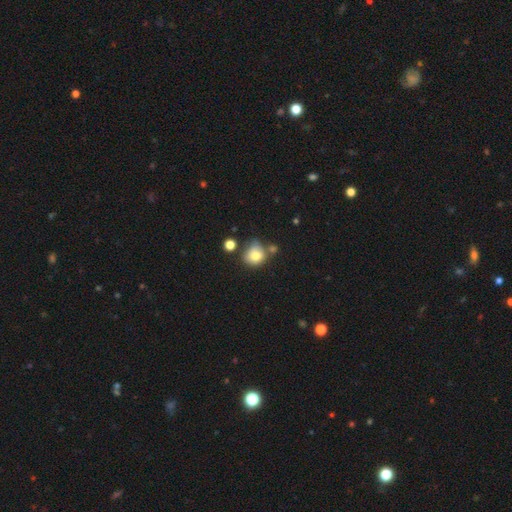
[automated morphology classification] type=smooth (77%); roundness=round (77%); merging=none (54%).